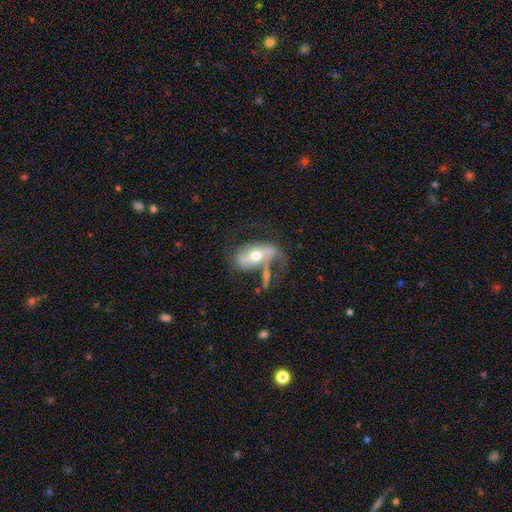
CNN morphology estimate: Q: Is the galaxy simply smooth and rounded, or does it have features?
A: featured or disk — 62%.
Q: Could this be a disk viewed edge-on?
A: no — 89%.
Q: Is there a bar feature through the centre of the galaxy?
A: no — 49%.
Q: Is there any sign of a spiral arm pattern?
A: yes — 68%.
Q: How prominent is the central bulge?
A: moderate — 68%.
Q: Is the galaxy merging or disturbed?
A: none — 32%.